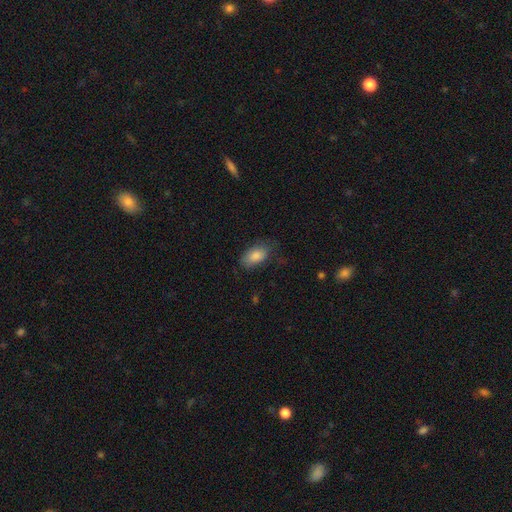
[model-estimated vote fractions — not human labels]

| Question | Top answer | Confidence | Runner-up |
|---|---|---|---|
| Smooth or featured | smooth | 84% | featured or disk (9%) |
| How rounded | in between | 93% | round (4%) |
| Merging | none | 71% | minor disturbance (22%) |